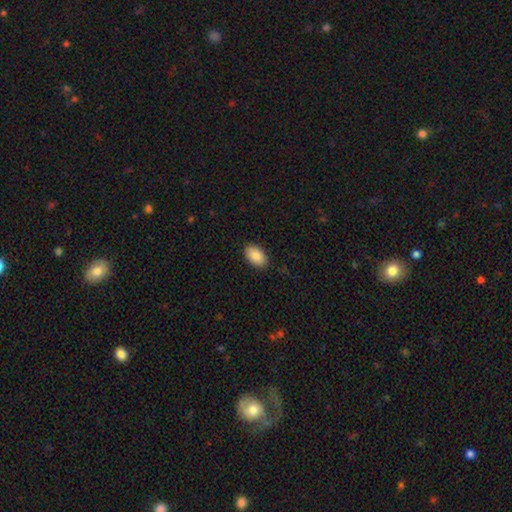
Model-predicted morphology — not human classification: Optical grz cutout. It shows a smooth galaxy with no disk features (89%) that is in between round and cigar-shaped (93%). Merging: none (88%).